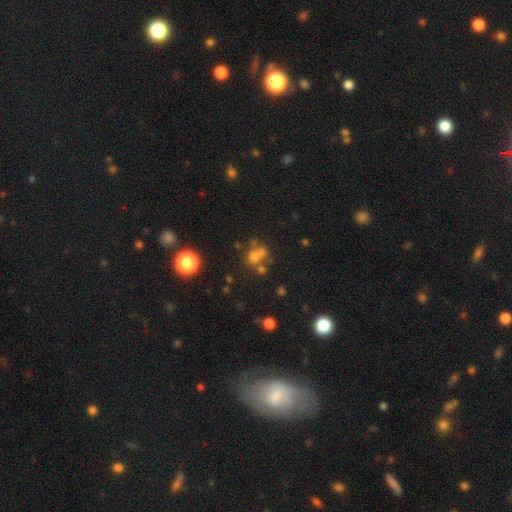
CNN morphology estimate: Smooth or featured: smooth — 59% (star or artifact — 24%)
How rounded: round — 59% (in between — 39%)
Merging: none — 40% (merger — 38%)